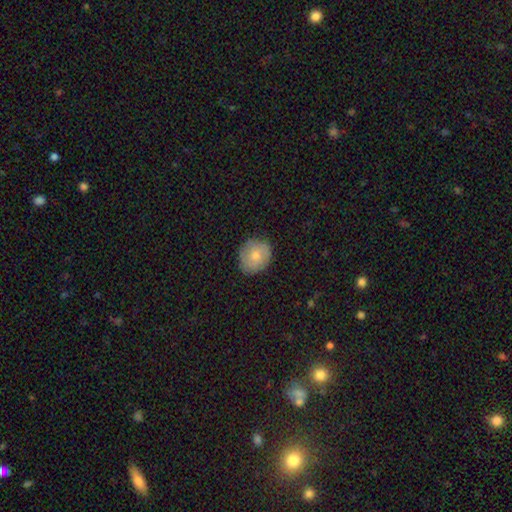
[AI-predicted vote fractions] smooth-or-featured: smooth: 73% | featured or disk: 20% | star or artifact: 7%
  how-rounded: round: 70% | in between: 29% | cigar-shaped: 1%
  merging: none: 81% | minor disturbance: 15% | major disturbance: 3% | merger: 1%